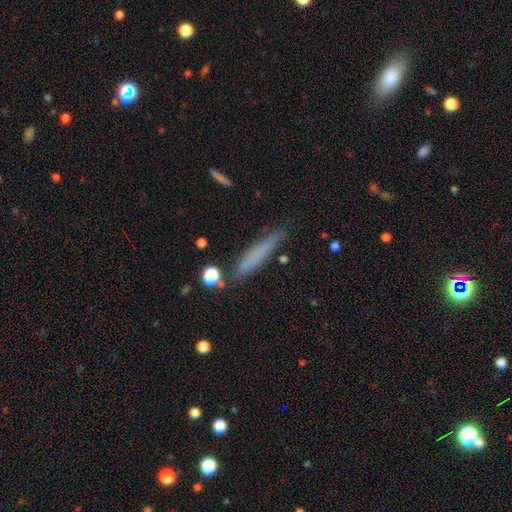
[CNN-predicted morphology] A smooth galaxy with no disk features (64%) that is cigar-shaped (91%).

Vote fractions:
- Smooth or featured? smooth: 64% / featured or disk: 26% / star or artifact: 9%
- How rounded? cigar-shaped: 91% / in between: 7% / round: 2%
- Merging? none: 77% / minor disturbance: 15% / merger: 4% / major disturbance: 4%